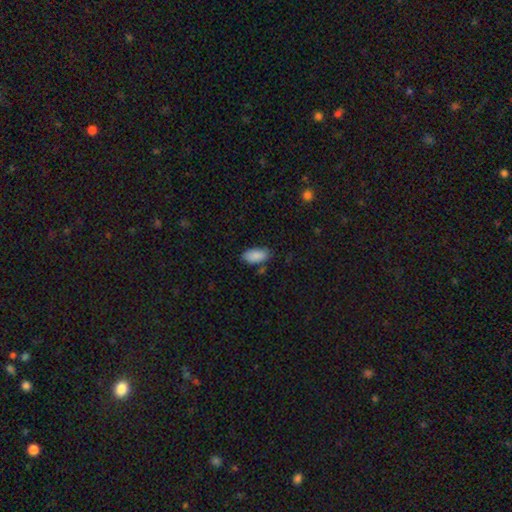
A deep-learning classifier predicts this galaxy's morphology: smooth 89%, star or artifact 6%, featured or disk 5%. Down the decision tree: how rounded — in between (93%); merging — none (75%).